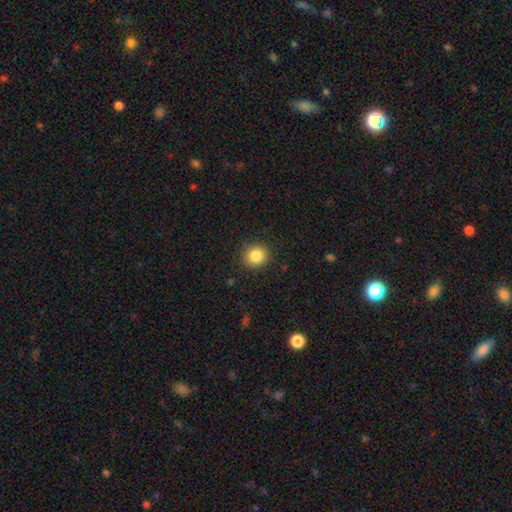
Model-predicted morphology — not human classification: Q: Smooth or featured?
A: smooth (86%); runner-up: star or artifact (10%)
Q: How rounded?
A: round (84%); runner-up: in between (15%)
Q: Merging?
A: none (89%); runner-up: minor disturbance (8%)